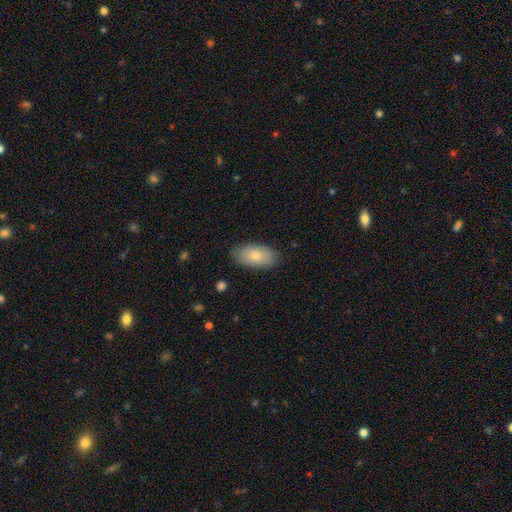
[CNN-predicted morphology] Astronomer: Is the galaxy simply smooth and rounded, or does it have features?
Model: smooth — 77%.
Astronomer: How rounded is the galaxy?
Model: in between — 93%.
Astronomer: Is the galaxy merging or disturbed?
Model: none — 81%.